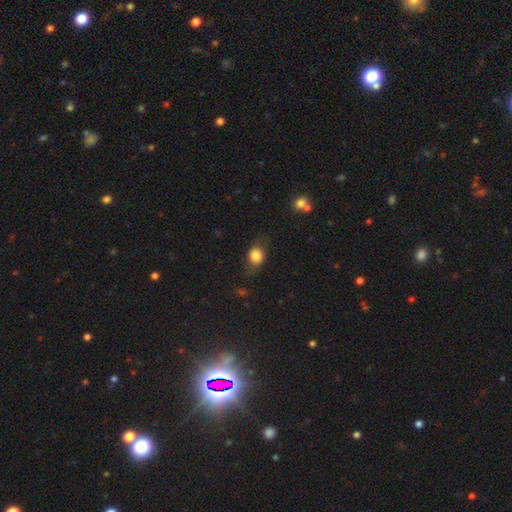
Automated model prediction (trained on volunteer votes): This appears to be a smooth galaxy with no disk features (78%) that is round (52%). Merging: none (67%).